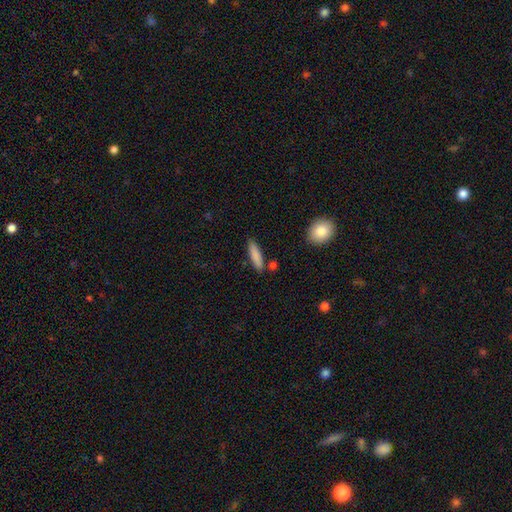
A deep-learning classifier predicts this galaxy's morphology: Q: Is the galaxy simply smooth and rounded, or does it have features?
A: smooth — 85%.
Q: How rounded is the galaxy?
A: cigar-shaped — 71%.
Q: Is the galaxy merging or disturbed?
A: none — 83%.